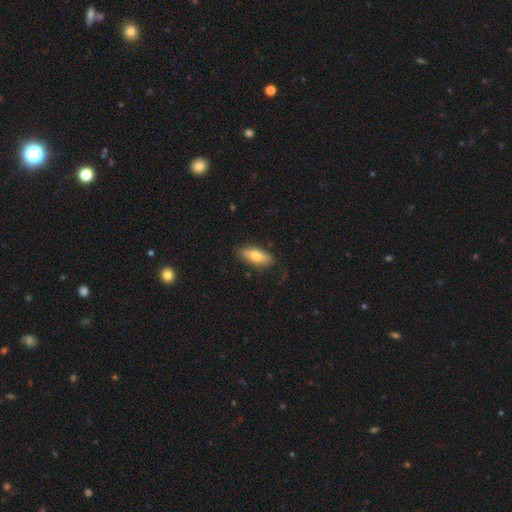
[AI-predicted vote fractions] Smooth or featured? Predicted: smooth (p=0.73). How rounded? Predicted: in between (p=0.78). Merging? Predicted: none (p=0.81).